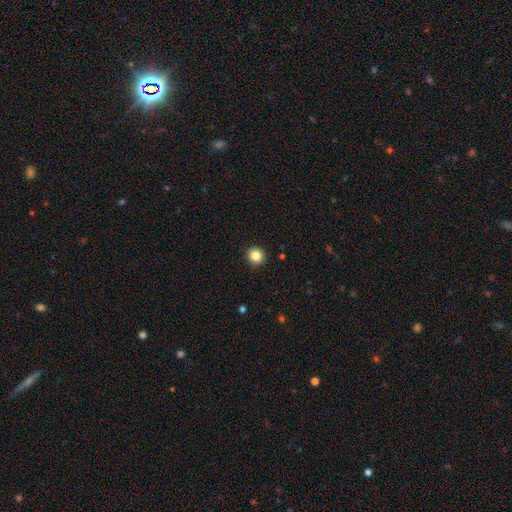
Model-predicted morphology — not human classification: smooth-or-featured: smooth: 84% | star or artifact: 11% | featured or disk: 5%
  how-rounded: round: 95% | in between: 4% | cigar-shaped: 1%
  merging: none: 93% | minor disturbance: 5% | major disturbance: 2% | merger: 1%